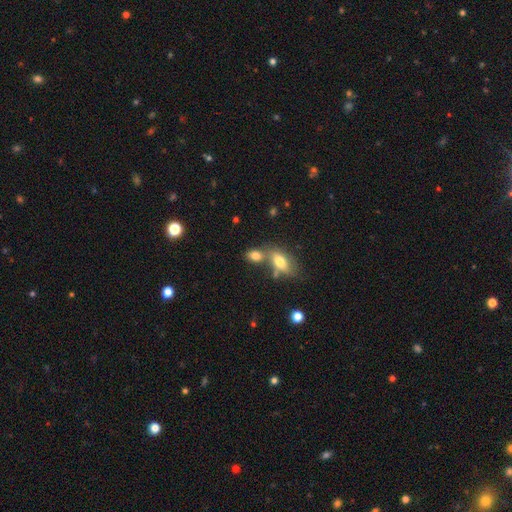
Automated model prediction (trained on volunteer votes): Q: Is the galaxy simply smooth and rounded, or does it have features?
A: smooth — 77%.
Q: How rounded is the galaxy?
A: in between — 78%.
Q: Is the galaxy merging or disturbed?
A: merger — 43%.